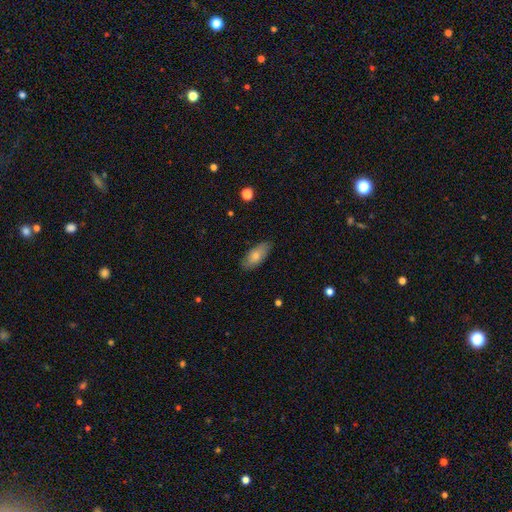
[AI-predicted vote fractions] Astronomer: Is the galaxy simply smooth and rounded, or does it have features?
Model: smooth — 73%.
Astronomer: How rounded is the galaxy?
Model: in between — 84%.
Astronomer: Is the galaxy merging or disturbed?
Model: none — 83%.